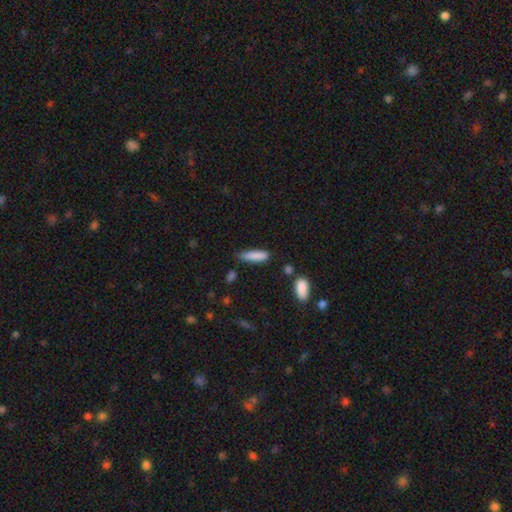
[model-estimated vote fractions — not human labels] smooth 85%, featured or disk 8%, star or artifact 7%. Down the decision tree: how rounded — cigar-shaped (69%); merging — none (65%).